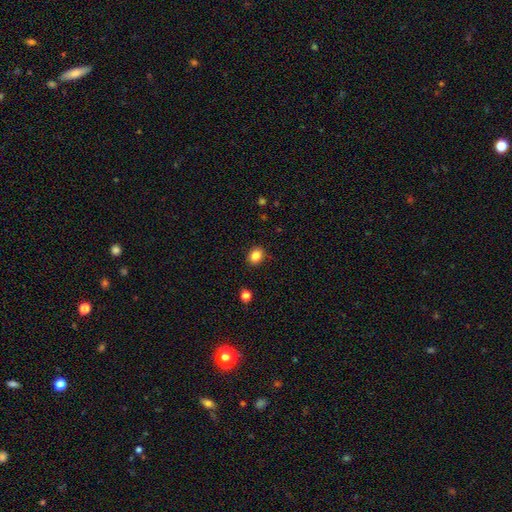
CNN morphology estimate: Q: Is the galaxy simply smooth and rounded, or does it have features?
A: smooth — 85%.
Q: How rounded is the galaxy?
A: round — 50%.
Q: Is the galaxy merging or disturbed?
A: none — 88%.